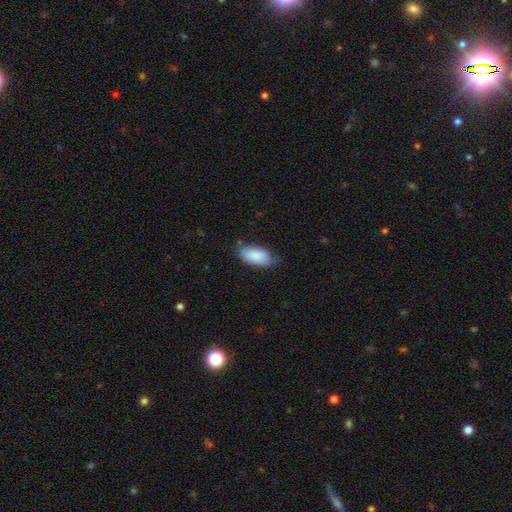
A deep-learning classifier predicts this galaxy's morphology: Smooth or featured? Predicted: smooth (p=0.87). How rounded? Predicted: in between (p=0.92). Merging? Predicted: none (p=0.71).